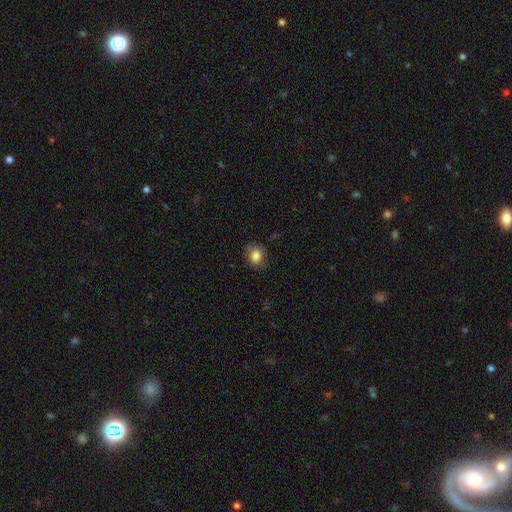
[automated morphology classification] smooth 82%, featured or disk 9%, star or artifact 9%. Down the decision tree: how rounded — in between (51%); merging — none (78%).